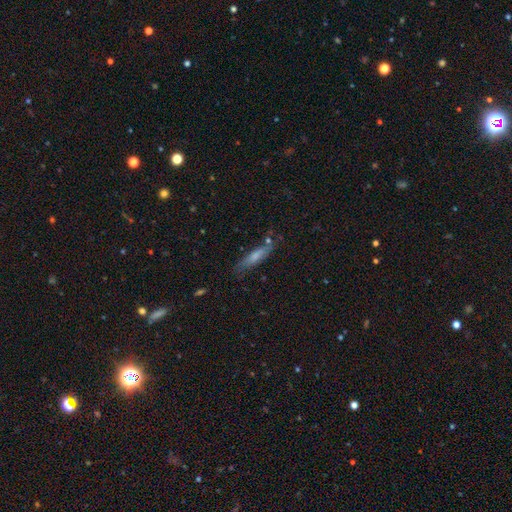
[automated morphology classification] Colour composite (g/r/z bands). It shows a smooth galaxy with no disk features (62%) that is cigar-shaped (75%). Merging: none (67%).